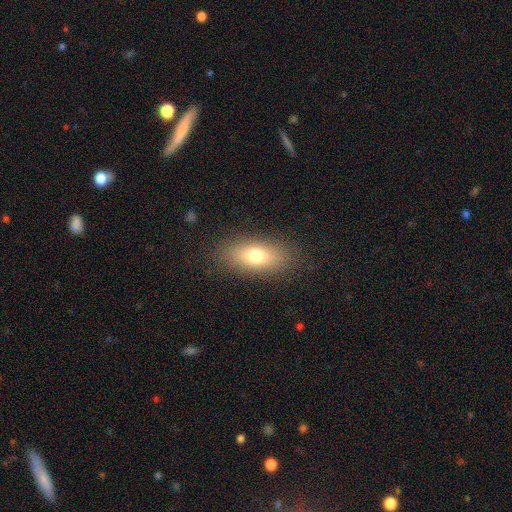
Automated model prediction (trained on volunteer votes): Smooth or featured? smooth (74%)
How rounded? in between (81%)
Merging? none (87%)